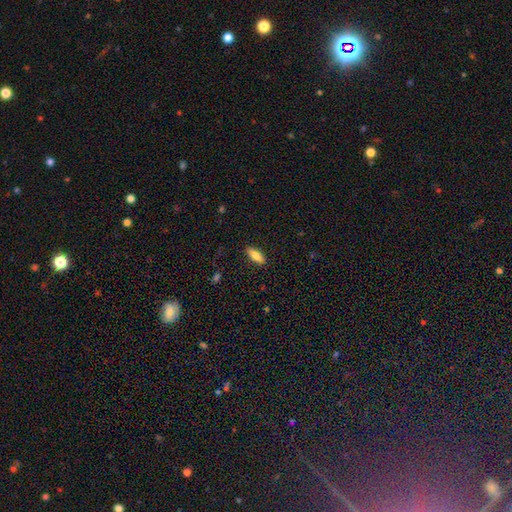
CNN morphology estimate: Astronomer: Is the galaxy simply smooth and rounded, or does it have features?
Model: smooth — 83%.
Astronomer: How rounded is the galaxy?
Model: in between — 68%.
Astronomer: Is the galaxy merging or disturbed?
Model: none — 88%.